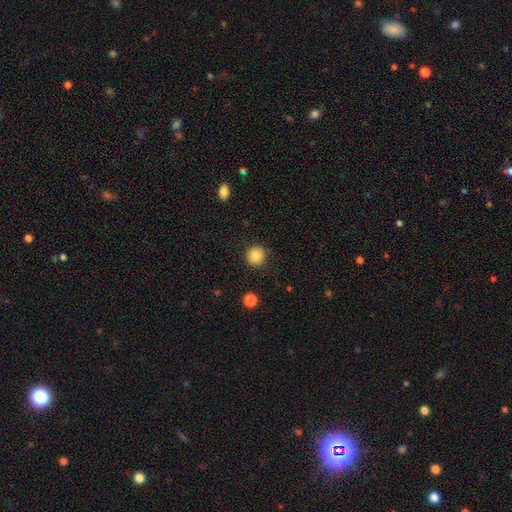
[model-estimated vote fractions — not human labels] Q: Smooth or featured?
A: smooth (84%); runner-up: star or artifact (9%)
Q: How rounded?
A: round (93%); runner-up: in between (6%)
Q: Merging?
A: none (90%); runner-up: minor disturbance (7%)